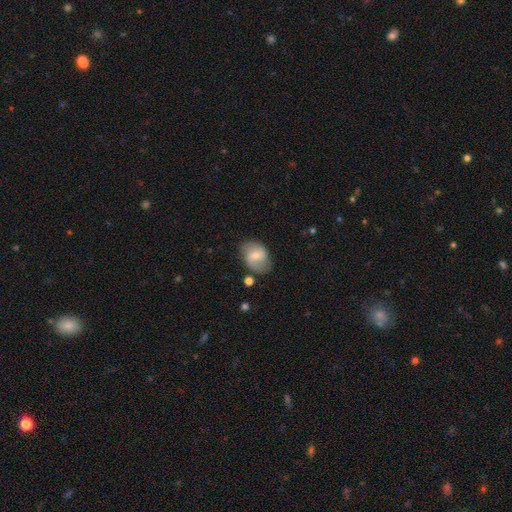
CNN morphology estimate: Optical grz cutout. It shows a featured or disk galaxy (46%, tied with smooth). Merging: none (69%).